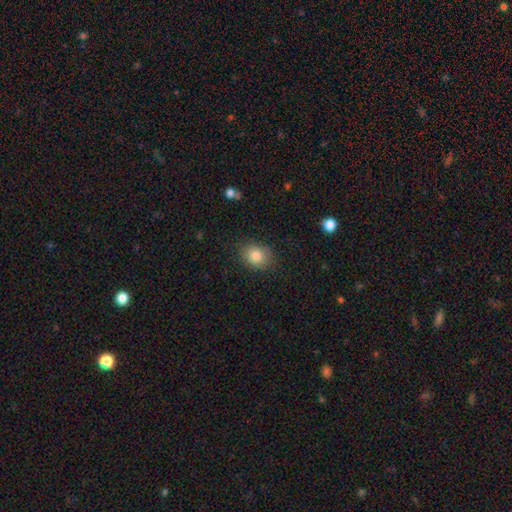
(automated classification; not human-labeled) A smooth galaxy with no disk features (83%) that is round (55%).

Vote fractions:
- Smooth or featured? smooth: 83% / star or artifact: 9% / featured or disk: 7%
- How rounded? round: 55% / in between: 44% / cigar-shaped: 1%
- Merging? none: 81% / minor disturbance: 14% / major disturbance: 3% / merger: 1%